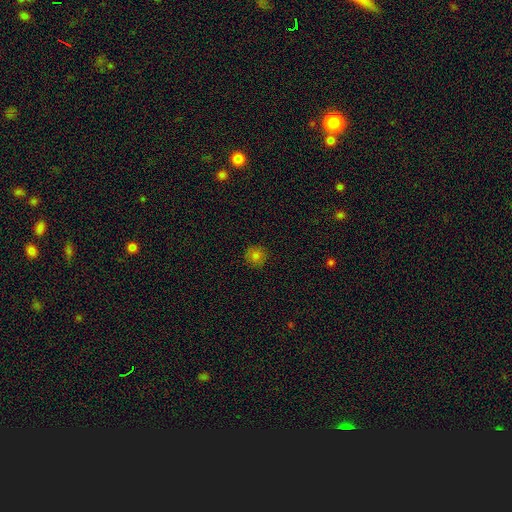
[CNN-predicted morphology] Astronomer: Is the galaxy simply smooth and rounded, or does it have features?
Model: smooth — 79%.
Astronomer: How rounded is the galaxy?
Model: round — 93%.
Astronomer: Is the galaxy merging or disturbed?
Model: none — 88%.